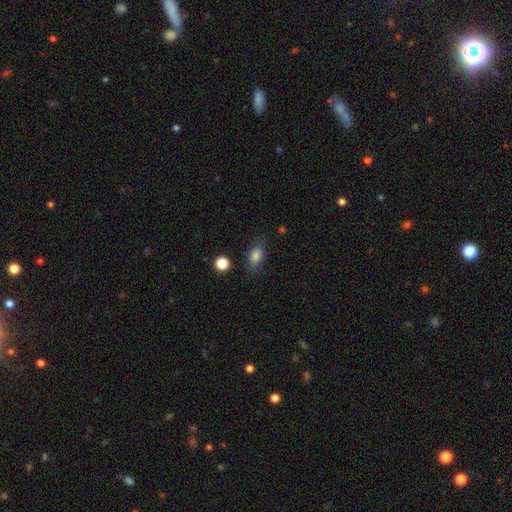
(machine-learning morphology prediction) This is clearly a smooth galaxy (82%). How rounded: clearly in between (85%). Merging: likely none (77%).